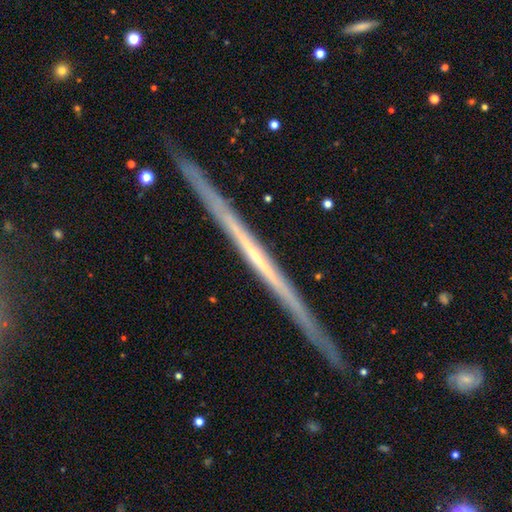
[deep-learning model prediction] Smooth or featured? featured or disk (77%)
Edge-on disk? yes (98%)
Edge-on bulge? none (85%)
Merging? none (90%)